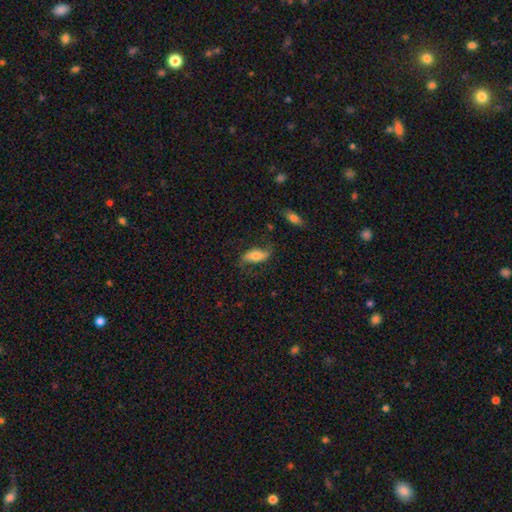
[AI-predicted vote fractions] Overall: smooth (53%; featured or disk 40%). How rounded: in between (79%). Merging: none (66%).